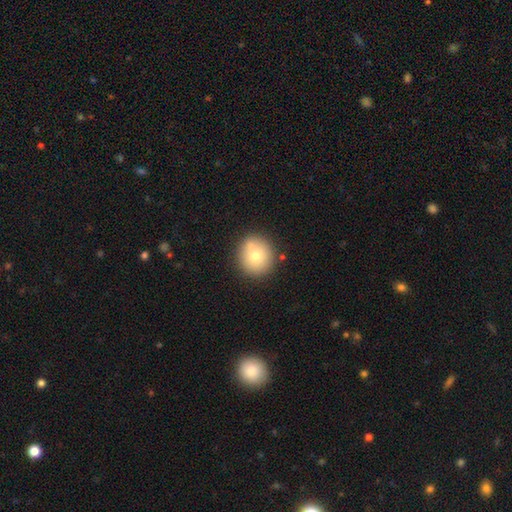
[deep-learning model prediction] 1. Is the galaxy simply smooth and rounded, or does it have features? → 73% smooth, 17% featured or disk, 10% star or artifact.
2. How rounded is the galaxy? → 91% round, 8% in between, 1% cigar-shaped.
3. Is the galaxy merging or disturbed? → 78% none, 10% minor disturbance, 9% merger, 3% major disturbance.